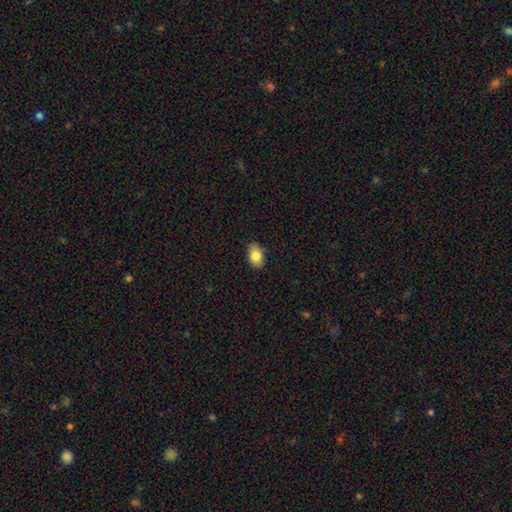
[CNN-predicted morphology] This is clearly a smooth galaxy (84%). How rounded: clearly in between (87%). Merging: clearly none (86%).